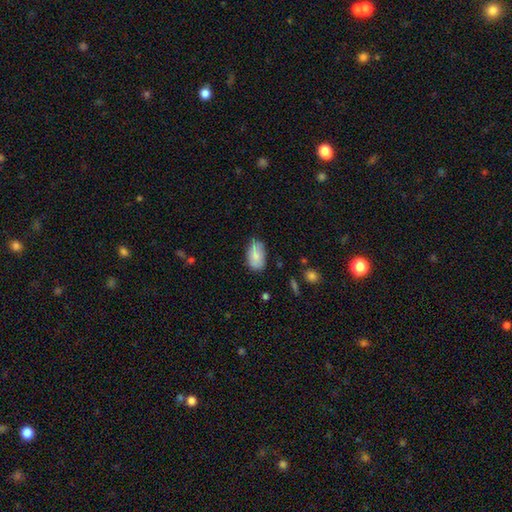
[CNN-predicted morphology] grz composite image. It shows a smooth galaxy with no disk features (78%) that is in between round and cigar-shaped (93%). Merging: none (67%).